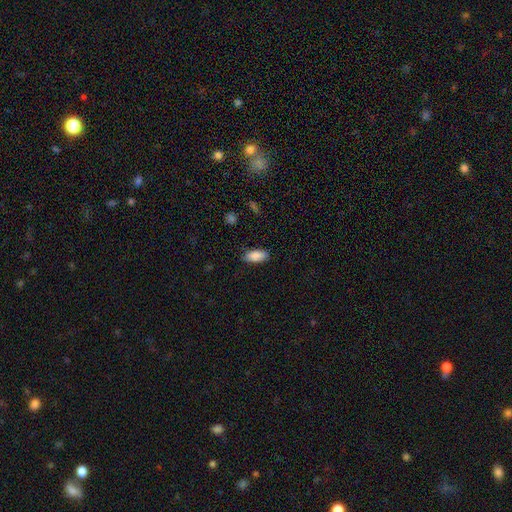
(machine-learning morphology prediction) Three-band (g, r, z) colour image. It shows a smooth galaxy with no disk features (87%) that is in between round and cigar-shaped (89%). Merging: none (85%).